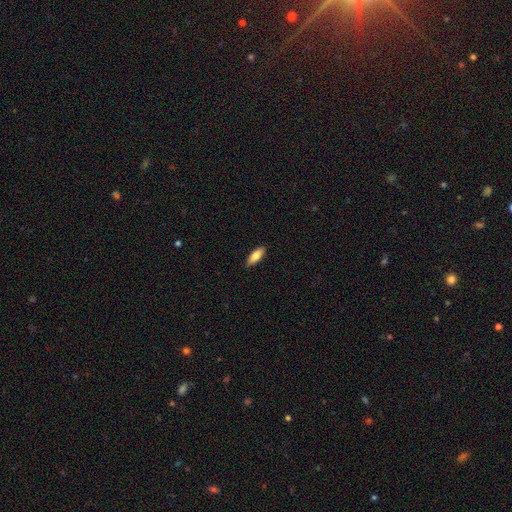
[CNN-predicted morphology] Smooth or featured?
  - smooth: 80% *
  - featured or disk: 14%
  - star or artifact: 6%
How rounded?
  - in between: 72% *
  - cigar-shaped: 26%
  - round: 2%
Merging?
  - none: 88% *
  - minor disturbance: 9%
  - major disturbance: 2%
  - merger: 1%